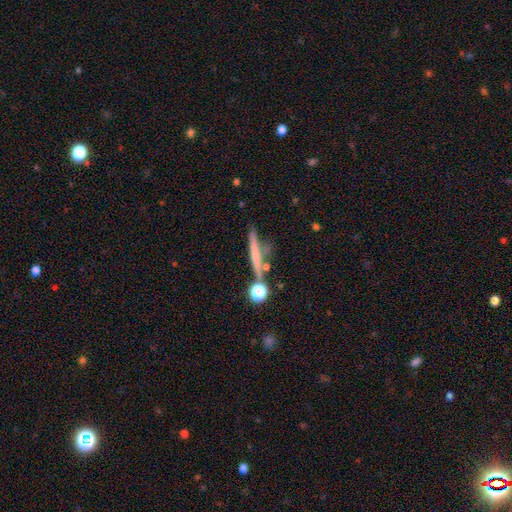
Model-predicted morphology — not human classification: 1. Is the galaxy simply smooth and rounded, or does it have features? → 46% smooth, 43% featured or disk, 11% star or artifact.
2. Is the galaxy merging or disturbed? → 67% none, 14% minor disturbance, 13% merger, 6% major disturbance.